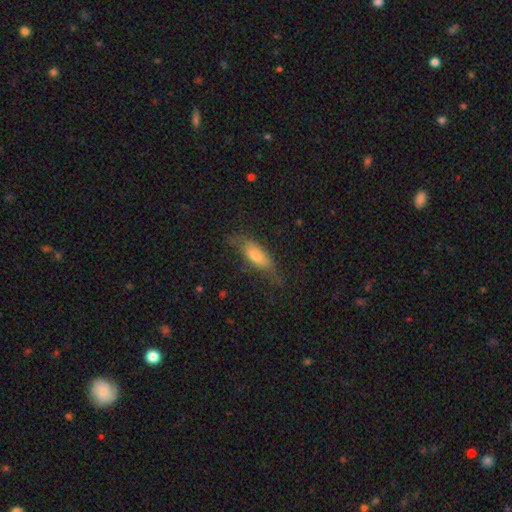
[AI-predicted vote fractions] Morphology: type=smooth (62%); roundness=in between (60%); merging=none (60%).